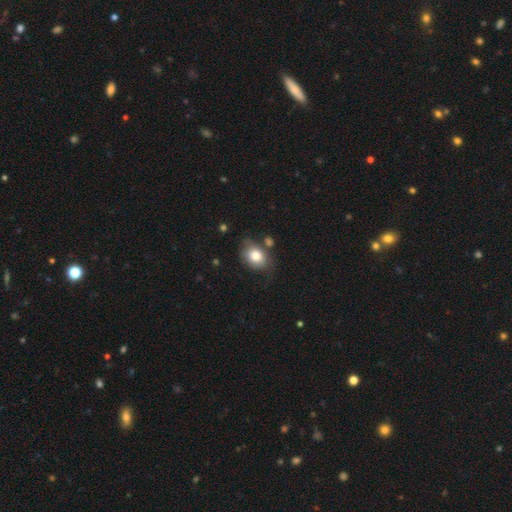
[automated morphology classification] A smooth galaxy with no disk features (81%) that is in between round and cigar-shaped (60%).

Vote fractions:
- Smooth or featured? smooth: 81% / featured or disk: 11% / star or artifact: 8%
- How rounded? in between: 60% / round: 39% / cigar-shaped: 1%
- Merging? none: 60% / minor disturbance: 25% / major disturbance: 8% / merger: 7%